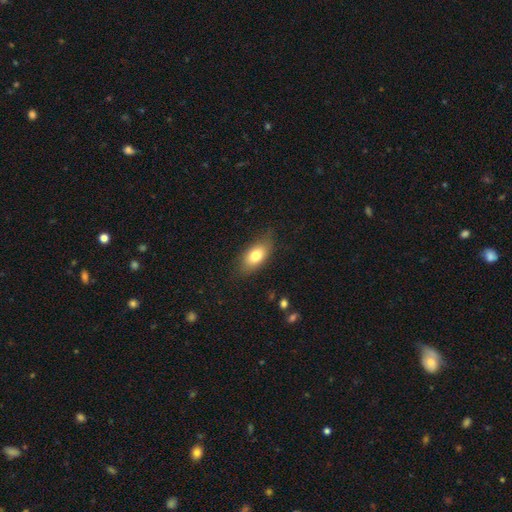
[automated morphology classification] smooth_or_featured: smooth (p=0.77) [alt: featured or disk p=0.16]
how_rounded: in between (p=0.86) [alt: cigar-shaped p=0.07]
merging: none (p=0.76) [alt: minor disturbance p=0.18]